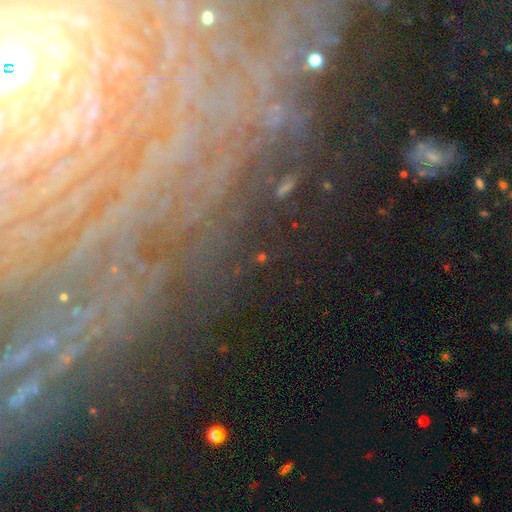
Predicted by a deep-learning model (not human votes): This is possibly a featured or disk galaxy (53%). It is clearly not viewed edge-on (81%). Merging: clearly none (80%).